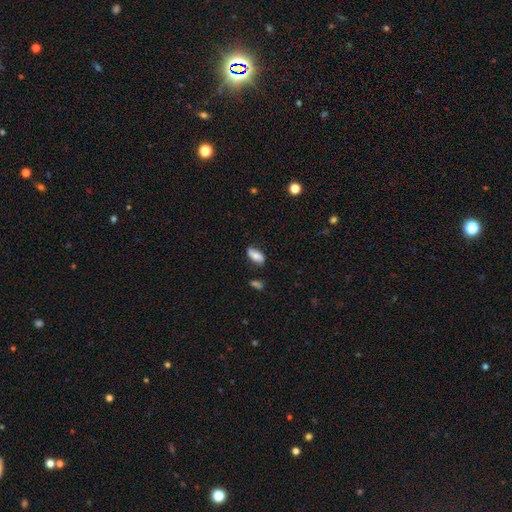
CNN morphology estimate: This is likely a smooth galaxy (65%). How rounded: clearly in between (88%). Merging: likely none (69%).